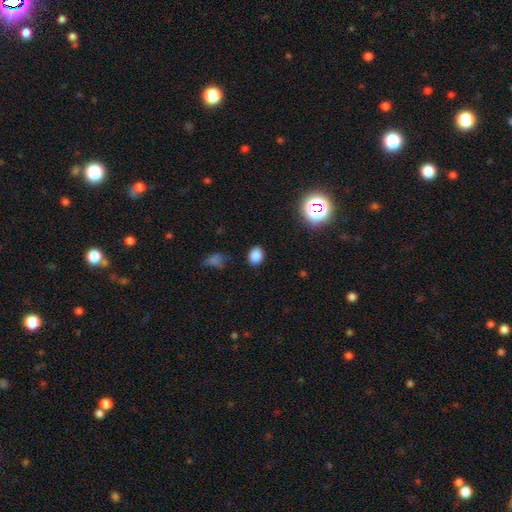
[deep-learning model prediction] smooth 83%, star or artifact 13%, featured or disk 4%. Down the decision tree: how rounded — in between (53%); merging — none (87%).